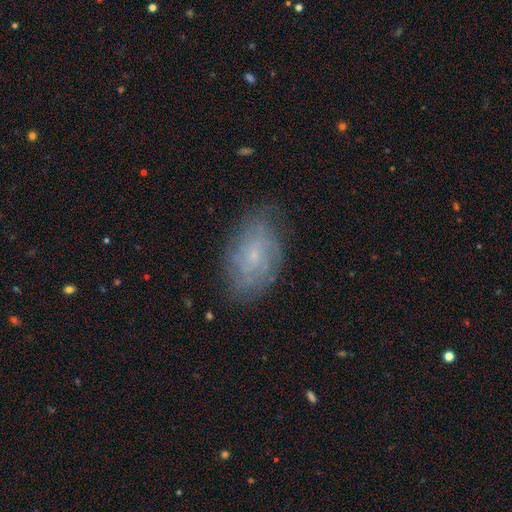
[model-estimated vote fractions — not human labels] Smooth or featured? Predicted: featured or disk (p=0.50). Edge-on disk? Predicted: no (p=0.93). Merging? Predicted: none (p=0.78).